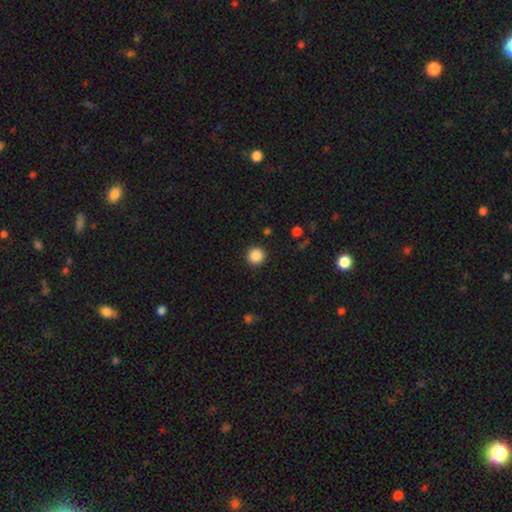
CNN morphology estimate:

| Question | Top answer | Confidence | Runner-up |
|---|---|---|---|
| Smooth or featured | smooth | 88% | star or artifact (9%) |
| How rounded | round | 95% | in between (4%) |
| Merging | none | 92% | minor disturbance (5%) |